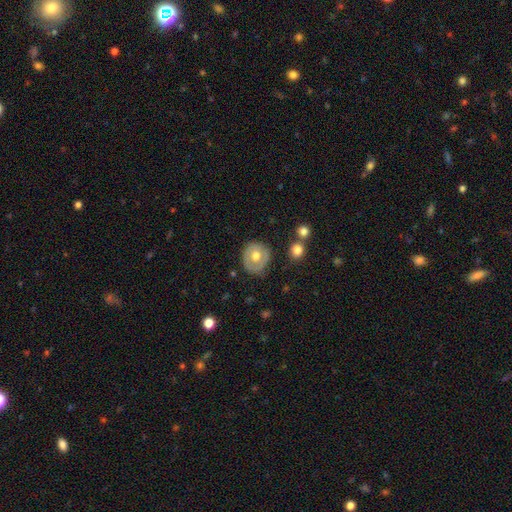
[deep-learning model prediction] The model was most divided on "smooth or featured": smooth: 55%, featured or disk: 38%, star or artifact: 7%. More confident: how rounded — round (83%); merging — none (78%).